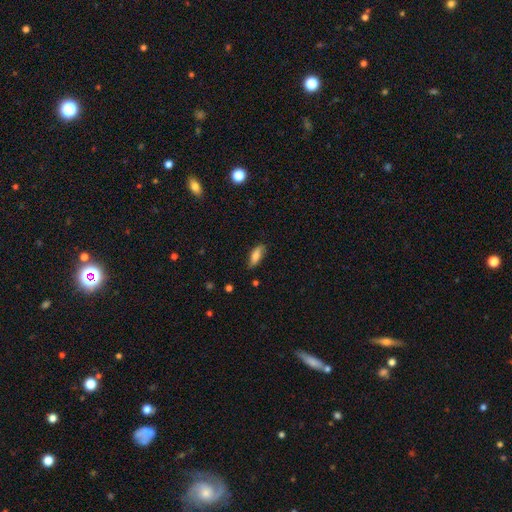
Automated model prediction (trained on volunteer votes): Morphology: type=smooth (72%); roundness=in between (68%); merging=none (77%).